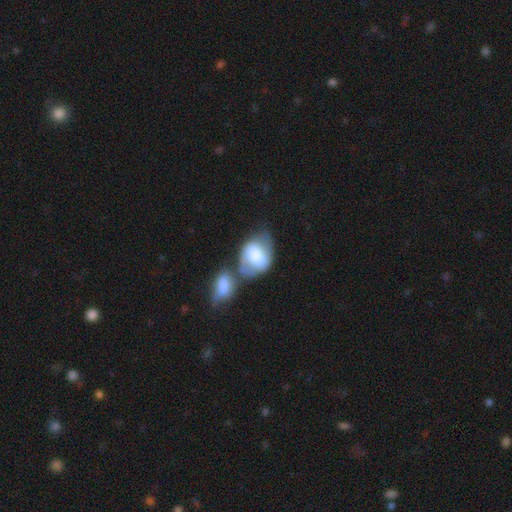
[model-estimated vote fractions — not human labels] smooth-or-featured: smooth: 58% | featured or disk: 35% | star or artifact: 7%
  how-rounded: in between: 74% | round: 24% | cigar-shaped: 1%
  merging: merger: 45% | none: 25% | minor disturbance: 18% | major disturbance: 12%